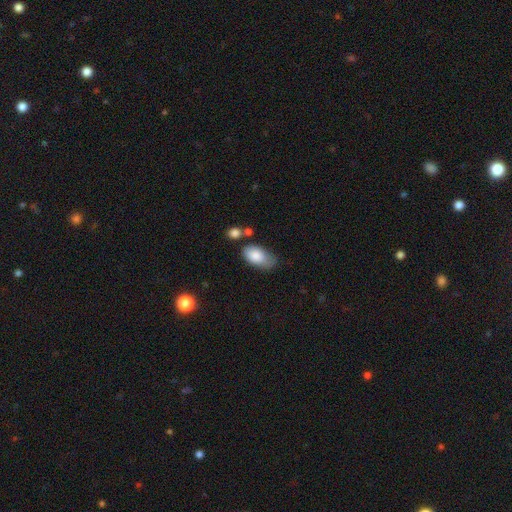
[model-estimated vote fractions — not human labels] The model was most divided on "merging": none: 46%, minor disturbance: 32%, merger: 11%, major disturbance: 10%. More confident: how rounded — in between (94%); smooth or featured — smooth (83%).